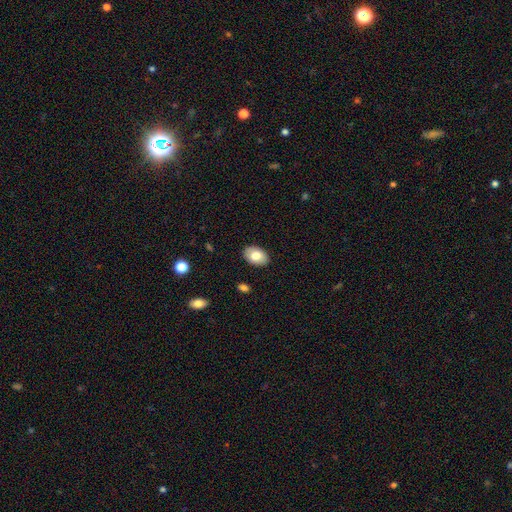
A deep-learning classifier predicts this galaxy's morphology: This is likely a smooth galaxy (76%). How rounded: clearly in between (85%). Merging: clearly none (88%).